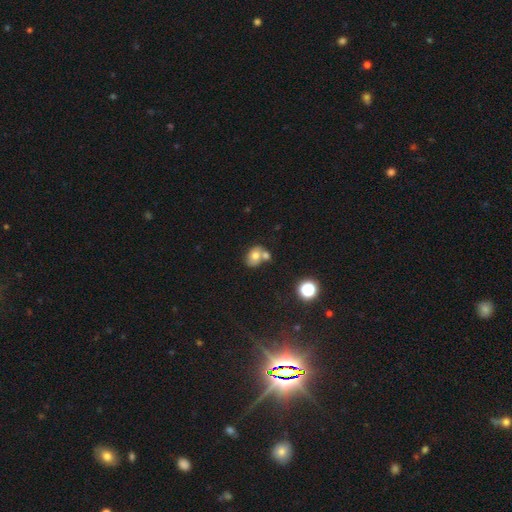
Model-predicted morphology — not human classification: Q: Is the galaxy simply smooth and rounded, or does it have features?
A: smooth — 66%.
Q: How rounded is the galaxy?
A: in between — 59%.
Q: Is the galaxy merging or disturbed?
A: merger — 45%.